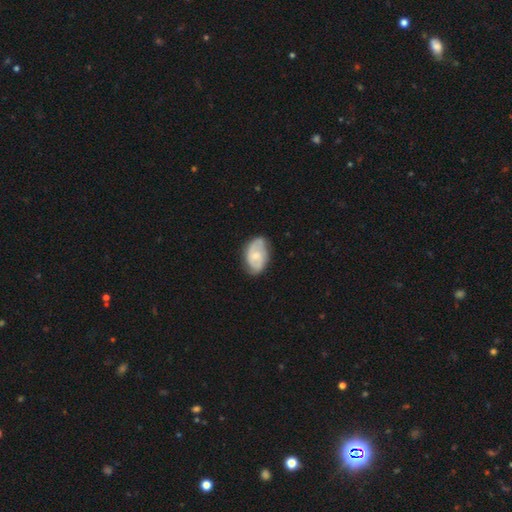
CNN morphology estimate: featured or disk 58%, smooth 36%, star or artifact 6%. Down the decision tree: edge-on disk — no (96%); bar — no (54%); spiral arms — yes (84%); bulge size — small (50%); merging — none (70%).